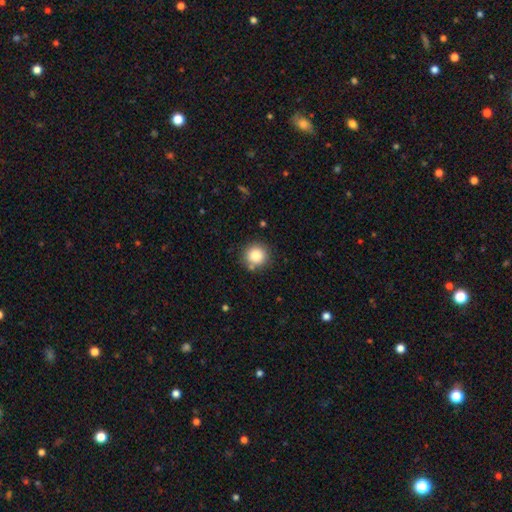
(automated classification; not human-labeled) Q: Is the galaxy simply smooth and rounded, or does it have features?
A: smooth — 85%.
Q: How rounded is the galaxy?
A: round — 93%.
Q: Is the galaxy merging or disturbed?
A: none — 84%.